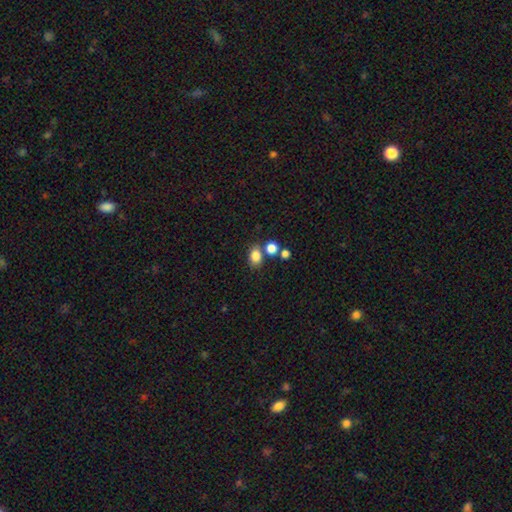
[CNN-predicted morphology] This is clearly a smooth galaxy (82%). How rounded: possibly in between (59%). Merging: likely none (67%).